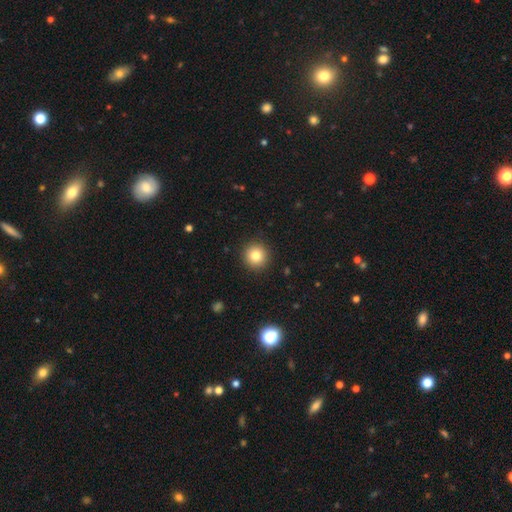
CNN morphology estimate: type=smooth (81%); roundness=round (95%); merging=none (92%).